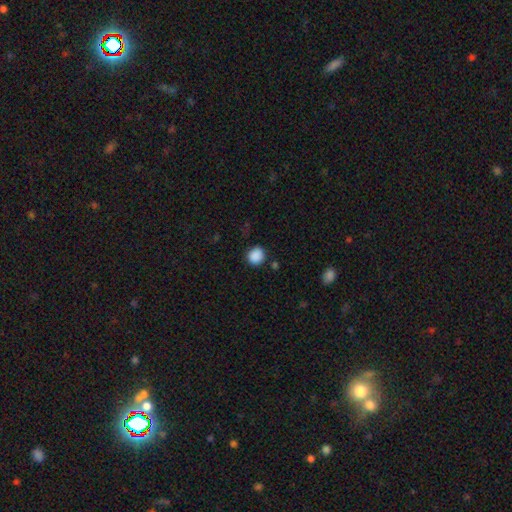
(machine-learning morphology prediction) smooth_or_featured: smooth (p=0.88) [alt: star or artifact p=0.10]
how_rounded: round (p=0.85) [alt: in between p=0.14]
merging: none (p=0.84) [alt: minor disturbance p=0.10]